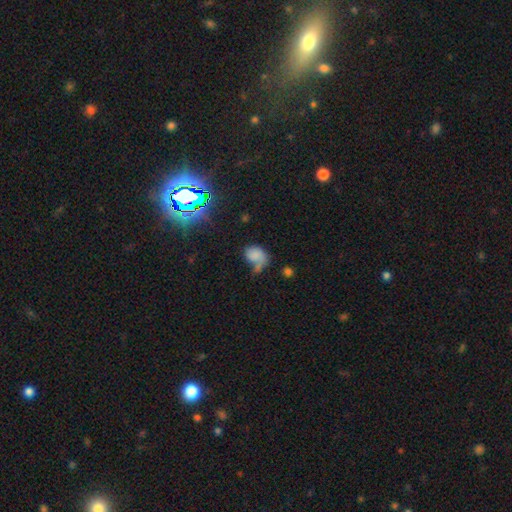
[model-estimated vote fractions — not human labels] This is likely a smooth galaxy (64%). How rounded: likely in between (65%). Merging: marginally major disturbance (33%).